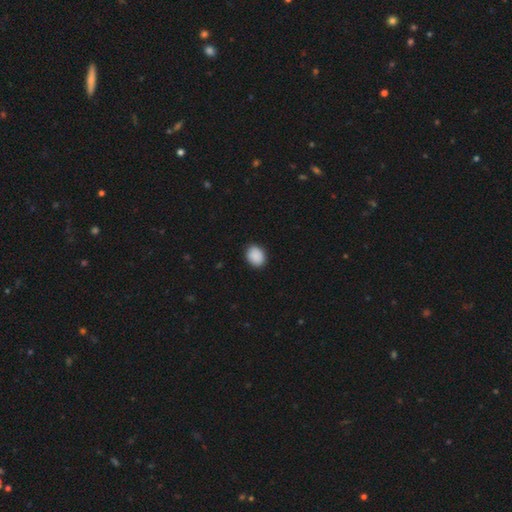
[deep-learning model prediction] Smooth or featured? smooth (90%)
How rounded? in between (54%)
Merging? none (88%)